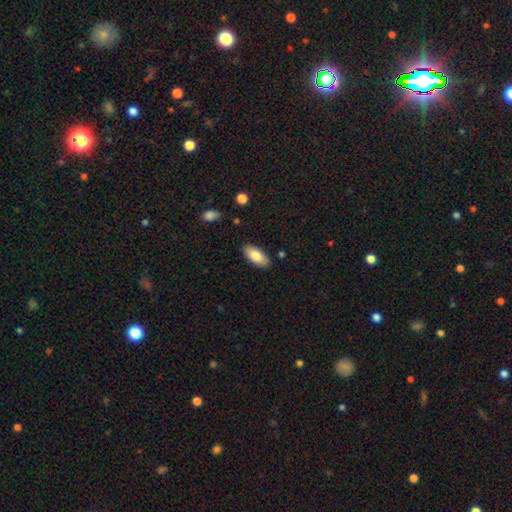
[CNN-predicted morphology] smooth-or-featured: smooth: 79% | featured or disk: 15% | star or artifact: 6%
  how-rounded: in between: 90% | cigar-shaped: 8% | round: 2%
  merging: none: 87% | minor disturbance: 10% | major disturbance: 2% | merger: 1%